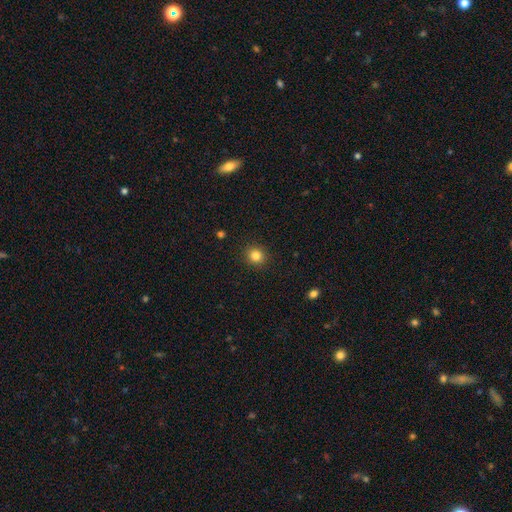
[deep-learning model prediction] Q: Smooth or featured?
A: smooth (84%); runner-up: star or artifact (11%)
Q: How rounded?
A: round (88%); runner-up: in between (11%)
Q: Merging?
A: none (91%); runner-up: minor disturbance (6%)